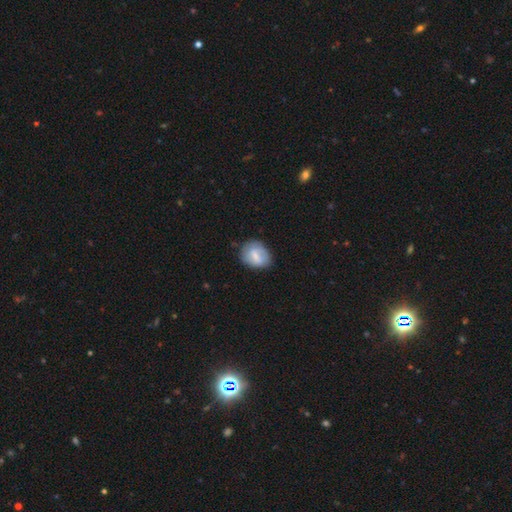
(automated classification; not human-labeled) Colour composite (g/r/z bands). It shows a smooth galaxy with no disk features (62%) that is in between round and cigar-shaped (59%). Merging: none (68%).